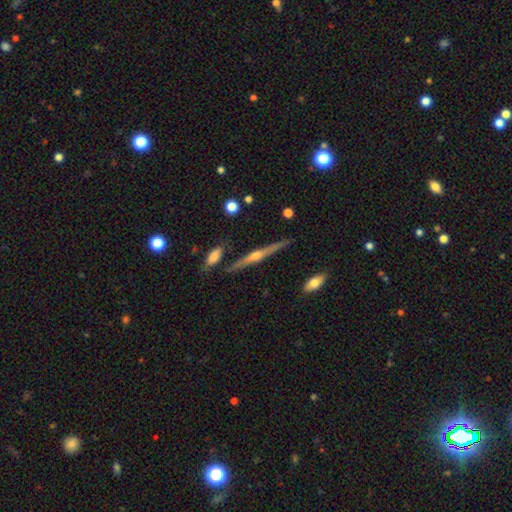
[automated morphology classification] This appears to be a featured or disk galaxy (78%) viewed edge-on (98%) with a rounded central bulge (89%). Merging: none (86%).